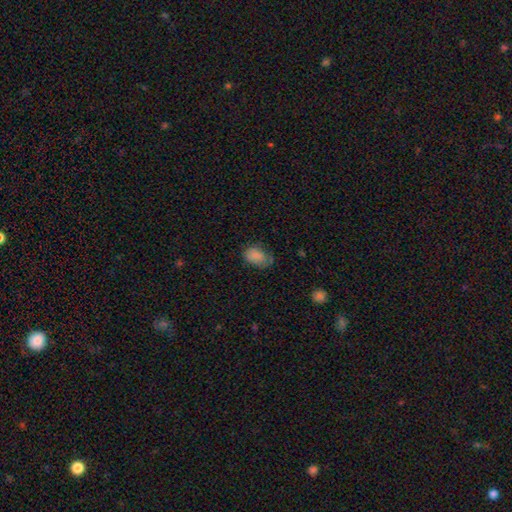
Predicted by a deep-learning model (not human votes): This is clearly a smooth galaxy (82%). How rounded: likely in between (78%). Merging: possibly none (52%).